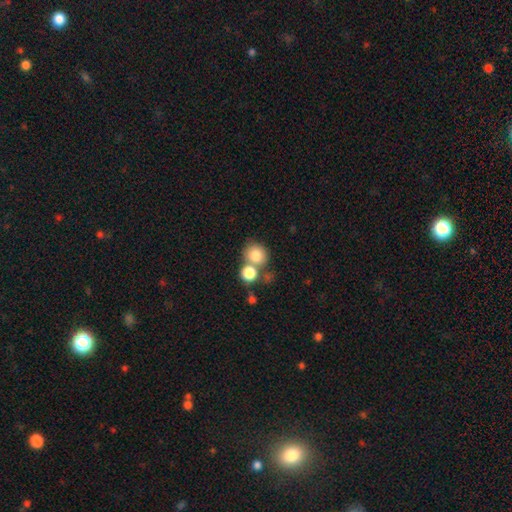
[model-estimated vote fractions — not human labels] The model was most divided on "merging": none: 48%, merger: 39%, minor disturbance: 8%, major disturbance: 4%. More confident: how rounded — round (80%); smooth or featured — smooth (80%).